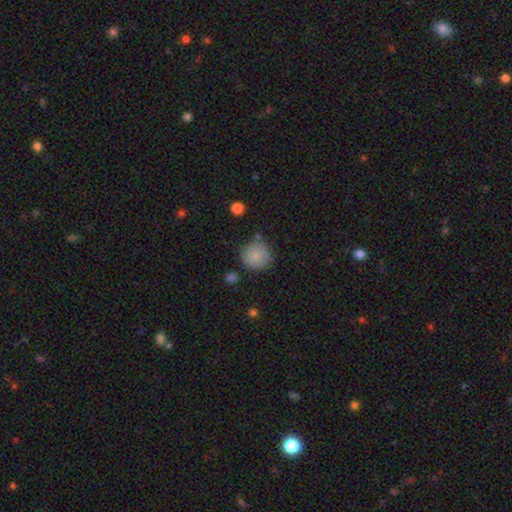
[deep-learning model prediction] This appears to be a smooth galaxy with no disk features (82%) that is round (92%). Merging: none (78%).